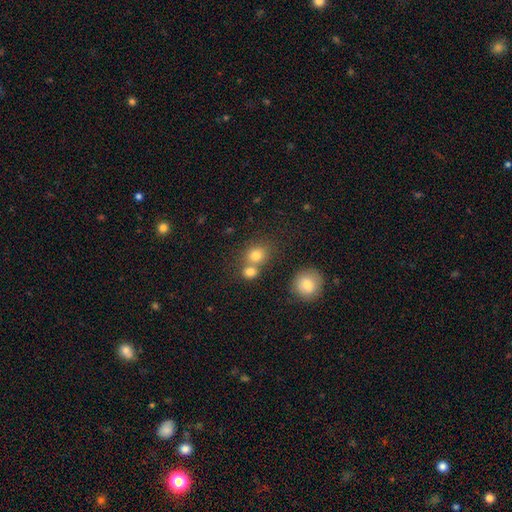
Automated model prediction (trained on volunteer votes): smooth_or_featured: smooth (p=0.77) [alt: star or artifact p=0.14]
how_rounded: round (p=0.79) [alt: in between p=0.20]
merging: none (p=0.53) [alt: merger p=0.36]